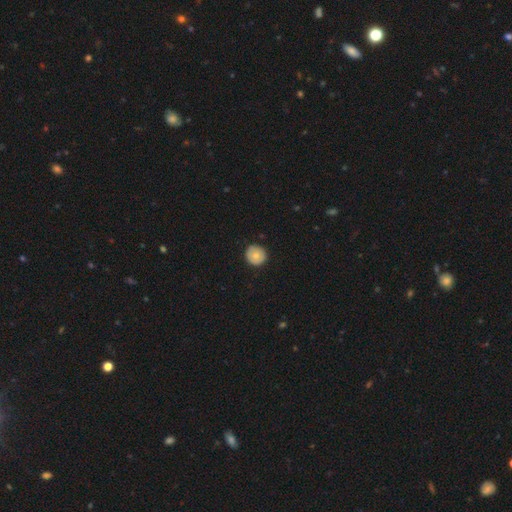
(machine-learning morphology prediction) A smooth galaxy with no disk features (72%) that is round (93%). Merging: none (89%).